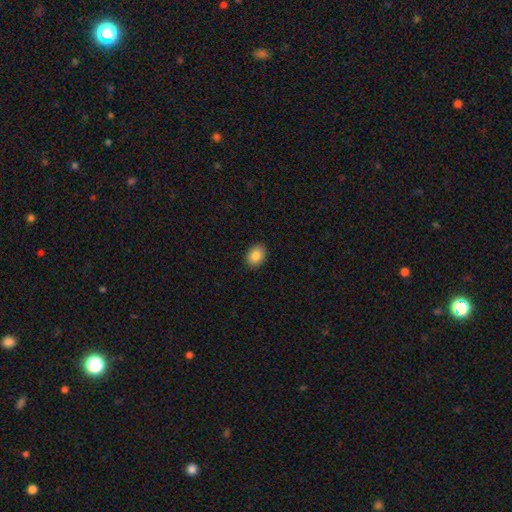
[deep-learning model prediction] Smooth or featured? smooth (85%)
How rounded? in between (62%)
Merging? none (91%)